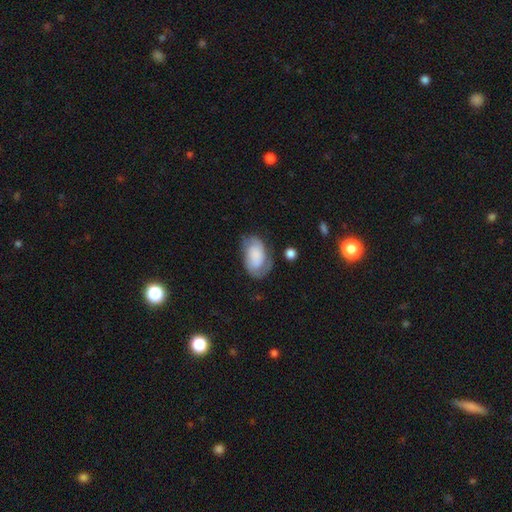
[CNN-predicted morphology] Smooth or featured: featured or disk — 49% (smooth — 43%)
Merging: none — 55% (minor disturbance — 27%)